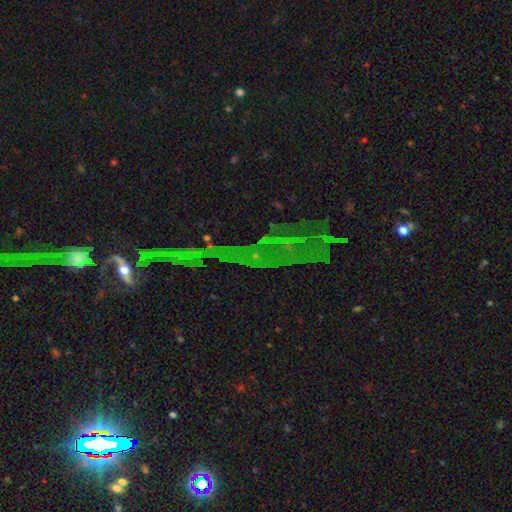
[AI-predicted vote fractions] Smooth or featured? star or artifact (77%)